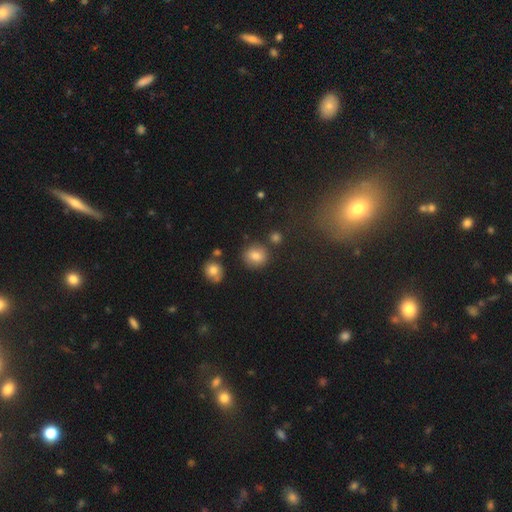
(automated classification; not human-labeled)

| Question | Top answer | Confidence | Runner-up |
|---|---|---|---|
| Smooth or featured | smooth | 79% | star or artifact (12%) |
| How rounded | round | 83% | in between (16%) |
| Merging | none | 82% | minor disturbance (9%) |